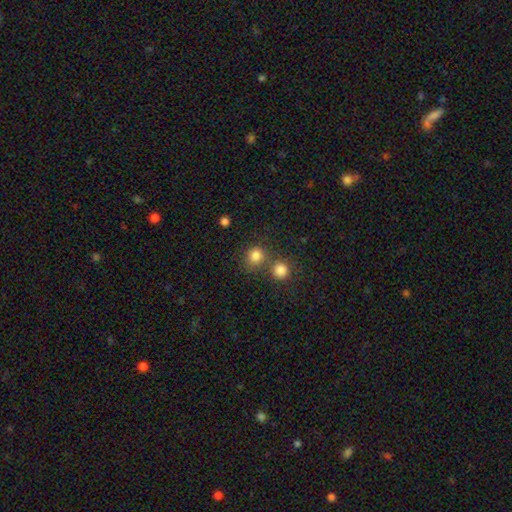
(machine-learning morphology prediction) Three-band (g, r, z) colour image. It shows a smooth galaxy with no disk features (82%) that is round (82%). Merging: none (58%).